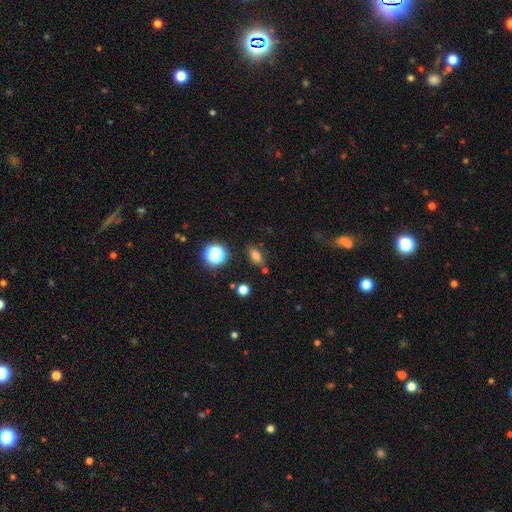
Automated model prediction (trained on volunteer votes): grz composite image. It shows a smooth galaxy with no disk features (77%) that is in between round and cigar-shaped (78%). Merging: none (79%).